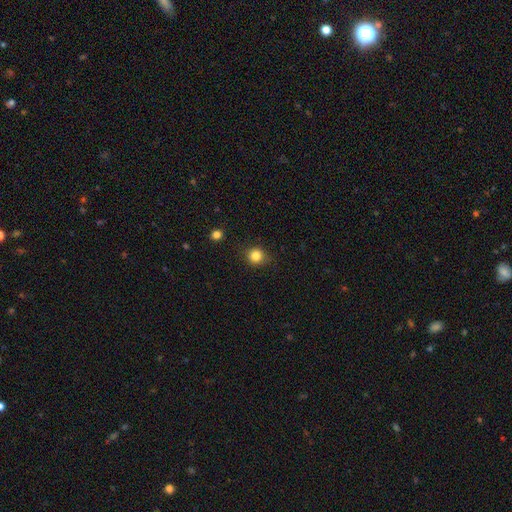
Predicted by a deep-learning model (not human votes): smooth-or-featured: smooth: 83% | star or artifact: 12% | featured or disk: 5%
  how-rounded: round: 90% | in between: 9% | cigar-shaped: 1%
  merging: none: 86% | minor disturbance: 10% | major disturbance: 3% | merger: 1%